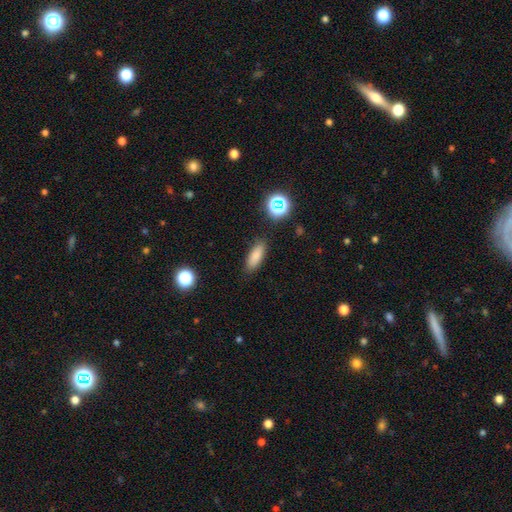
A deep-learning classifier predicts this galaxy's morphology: smooth-or-featured: smooth: 82% | star or artifact: 11% | featured or disk: 7%
  how-rounded: in between: 68% | cigar-shaped: 29% | round: 4%
  merging: none: 85% | minor disturbance: 10% | major disturbance: 3% | merger: 2%